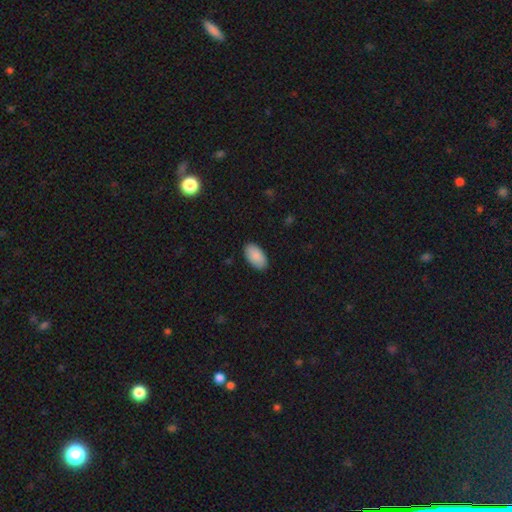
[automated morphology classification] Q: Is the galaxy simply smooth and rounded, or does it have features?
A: smooth — 90%.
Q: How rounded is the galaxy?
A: in between — 96%.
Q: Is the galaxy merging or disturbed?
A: none — 89%.